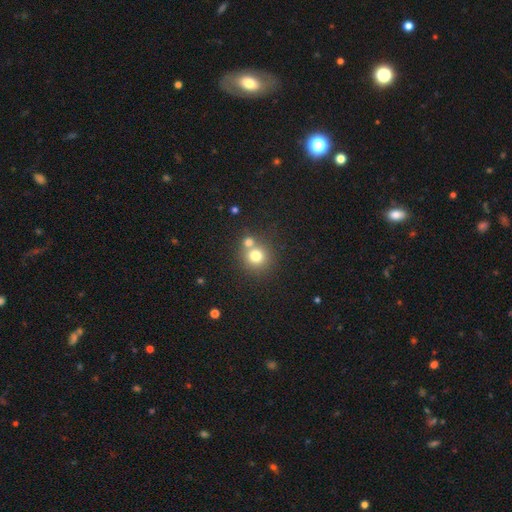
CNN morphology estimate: The model was most divided on "merging": none: 56%, merger: 34%, minor disturbance: 7%, major disturbance: 3%. More confident: how rounded — round (90%); smooth or featured — smooth (75%).